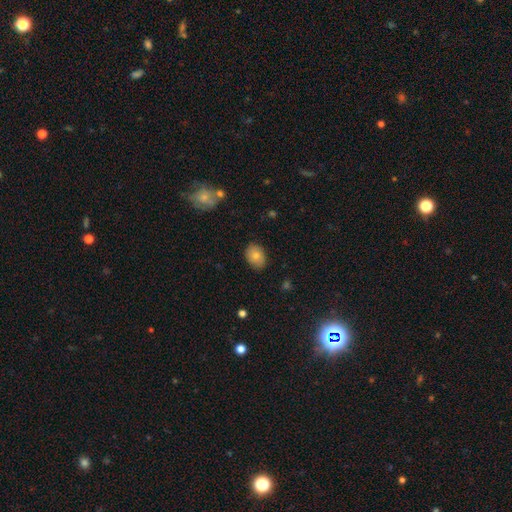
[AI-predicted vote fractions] A smooth galaxy with no disk features (77%) that is in between round and cigar-shaped (71%).

Vote fractions:
- Smooth or featured? smooth: 77% / featured or disk: 15% / star or artifact: 8%
- How rounded? in between: 71% / round: 28% / cigar-shaped: 1%
- Merging? none: 85% / minor disturbance: 12% / major disturbance: 2% / merger: 1%